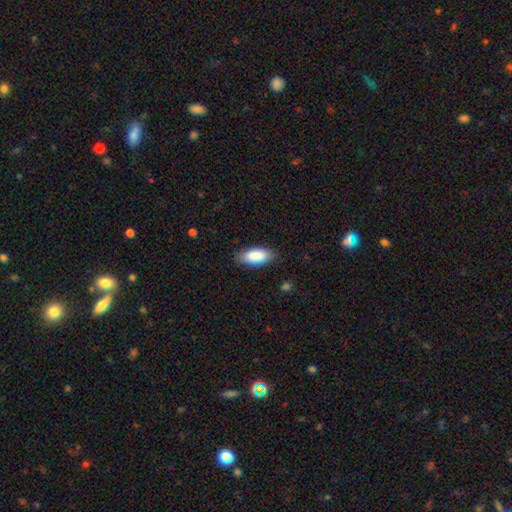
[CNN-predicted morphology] smooth 88%, featured or disk 6%, star or artifact 6%. Down the decision tree: how rounded — in between (87%); merging — none (84%).